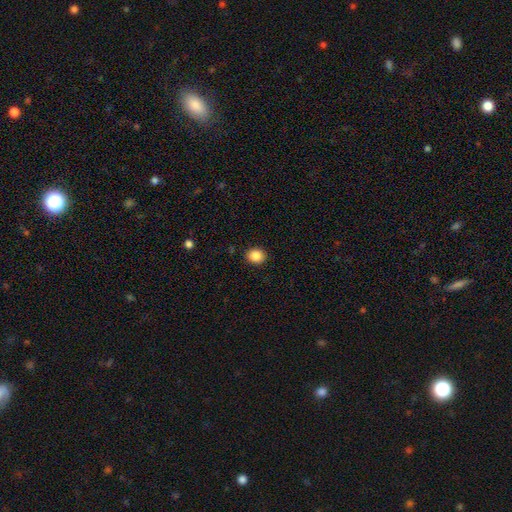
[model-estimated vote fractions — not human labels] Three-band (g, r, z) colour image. It shows a smooth galaxy with no disk features (87%) that is round (67%). Merging: none (91%).